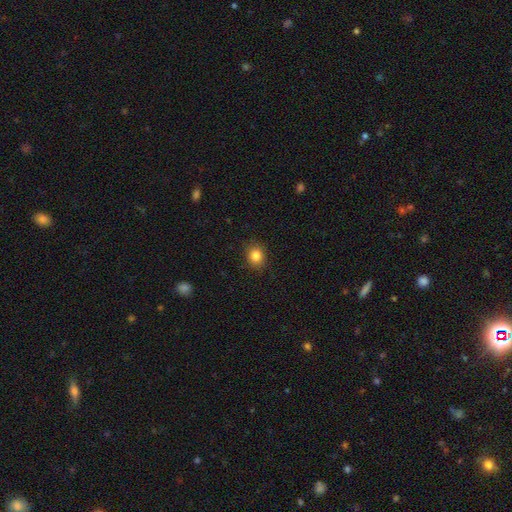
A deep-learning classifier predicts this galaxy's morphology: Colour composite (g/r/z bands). It shows a smooth galaxy with no disk features (84%) that is round (66%). Merging: none (87%).